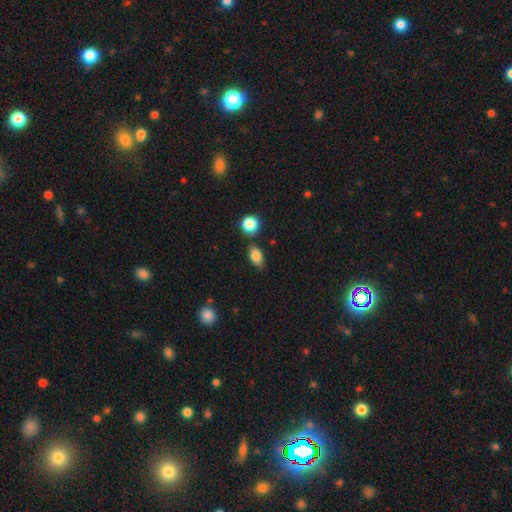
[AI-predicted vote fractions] smooth 83%, star or artifact 9%, featured or disk 8%. Down the decision tree: how rounded — in between (82%); merging — none (72%).